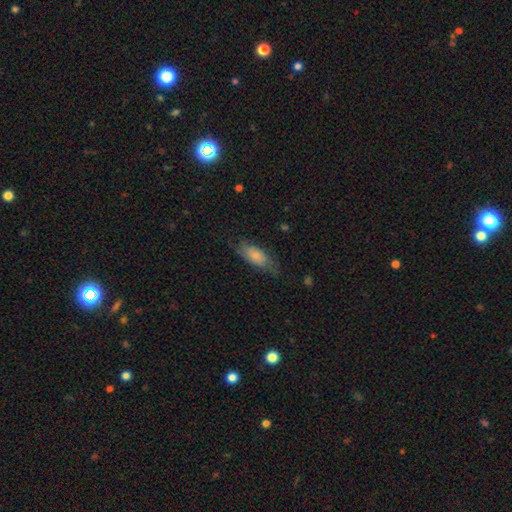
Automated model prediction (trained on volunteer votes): smooth-or-featured: smooth: 77% | featured or disk: 17% | star or artifact: 7%
  how-rounded: in between: 82% | cigar-shaped: 16% | round: 2%
  merging: none: 67% | minor disturbance: 24% | major disturbance: 8% | merger: 1%